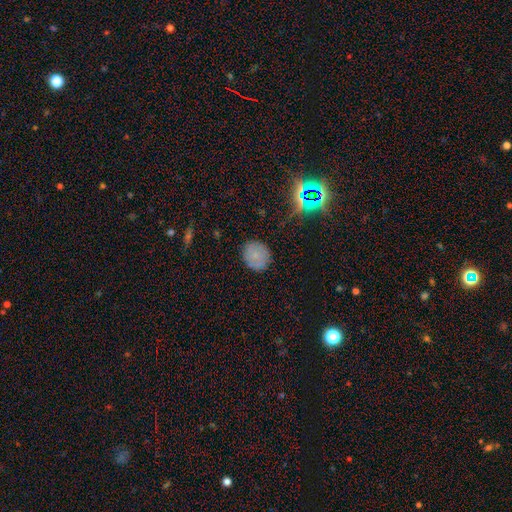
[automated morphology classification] This is likely a smooth galaxy (72%). How rounded: likely round (78%). Merging: clearly none (84%).